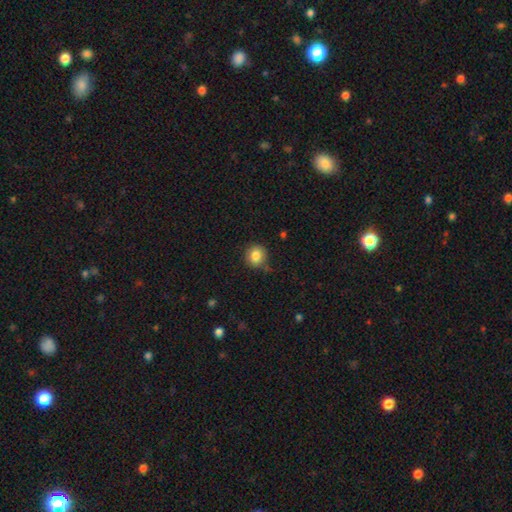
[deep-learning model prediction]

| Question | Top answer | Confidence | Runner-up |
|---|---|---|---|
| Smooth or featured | smooth | 84% | star or artifact (10%) |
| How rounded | round | 87% | in between (13%) |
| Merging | none | 82% | minor disturbance (12%) |